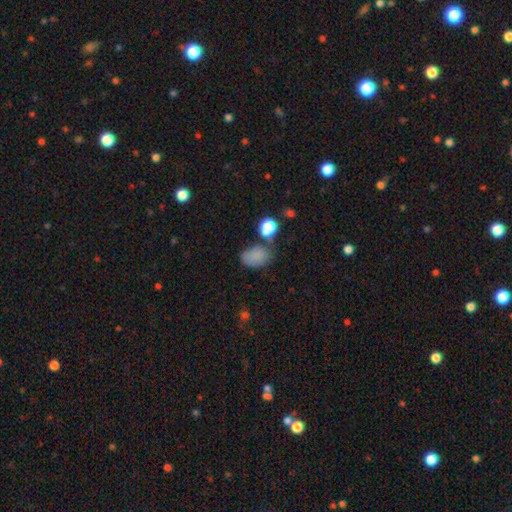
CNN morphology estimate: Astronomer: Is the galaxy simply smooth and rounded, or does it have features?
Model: smooth — 78%.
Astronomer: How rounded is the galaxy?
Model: in between — 80%.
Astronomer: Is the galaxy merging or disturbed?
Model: none — 52%.